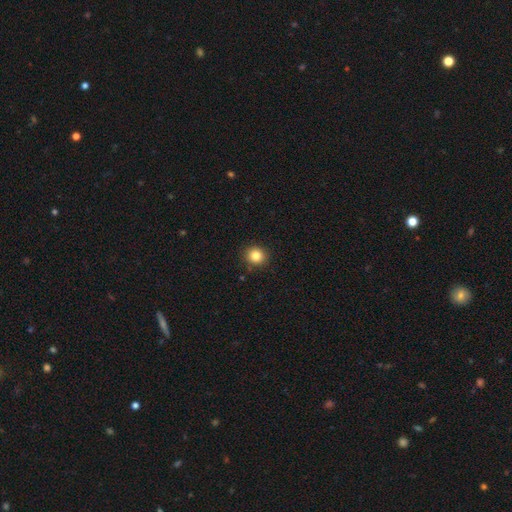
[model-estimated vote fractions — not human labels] Smooth or featured?
  - smooth: 84% *
  - star or artifact: 11%
  - featured or disk: 5%
How rounded?
  - round: 88% *
  - in between: 12%
  - cigar-shaped: 1%
Merging?
  - none: 90% *
  - minor disturbance: 7%
  - major disturbance: 2%
  - merger: 1%